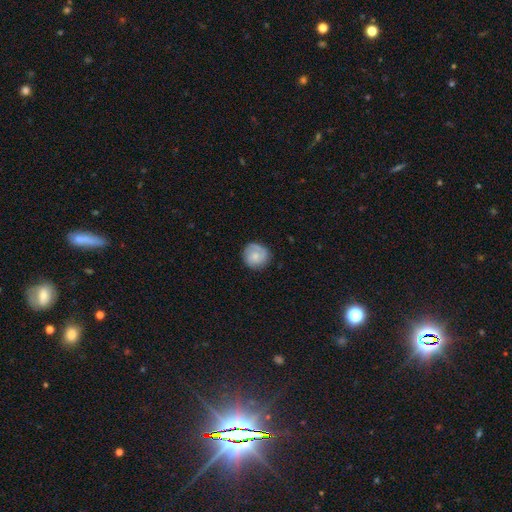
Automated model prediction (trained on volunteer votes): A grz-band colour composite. It shows a smooth galaxy with no disk features (51%) that is round (90%). Merging: none (81%).